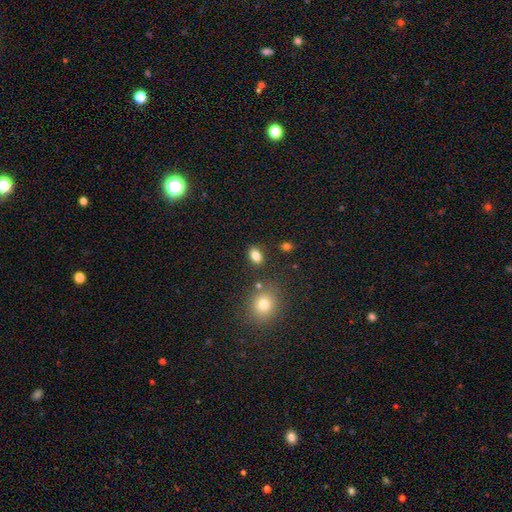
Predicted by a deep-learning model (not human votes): Smooth or featured: smooth — 82% (star or artifact — 10%)
How rounded: in between — 81% (round — 16%)
Merging: none — 82% (minor disturbance — 10%)